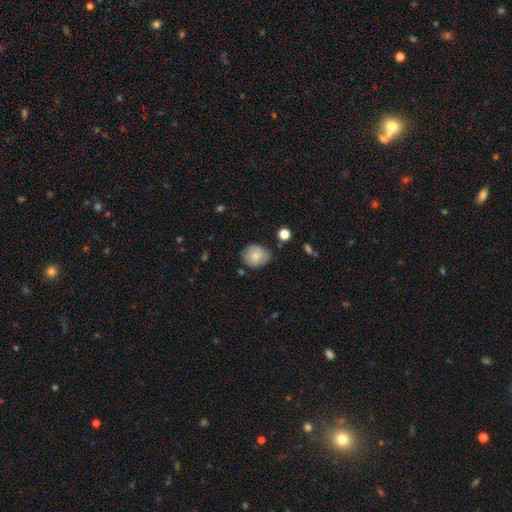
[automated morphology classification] smooth_or_featured: smooth (p=0.74) [alt: featured or disk p=0.18]
how_rounded: round (p=0.65) [alt: in between p=0.34]
merging: none (p=0.66) [alt: minor disturbance p=0.27]